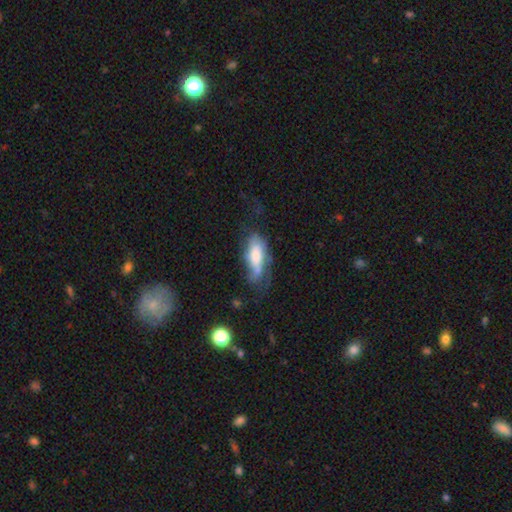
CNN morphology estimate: A smooth galaxy with no disk features (49%). Merging: none (35%).